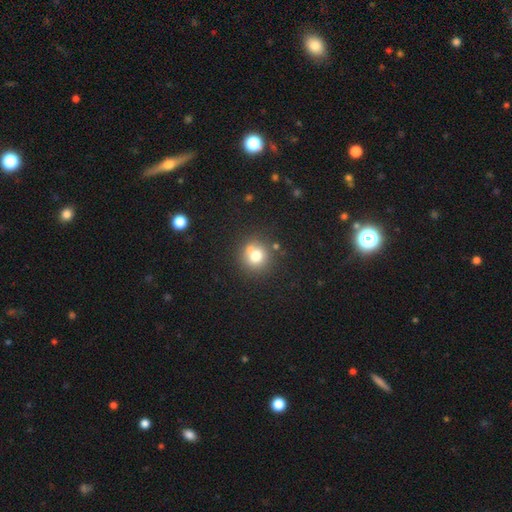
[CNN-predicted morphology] The model was most divided on "merging": none: 69%, merger: 14%, minor disturbance: 13%, major disturbance: 4%. More confident: how rounded — round (89%); smooth or featured — smooth (74%).